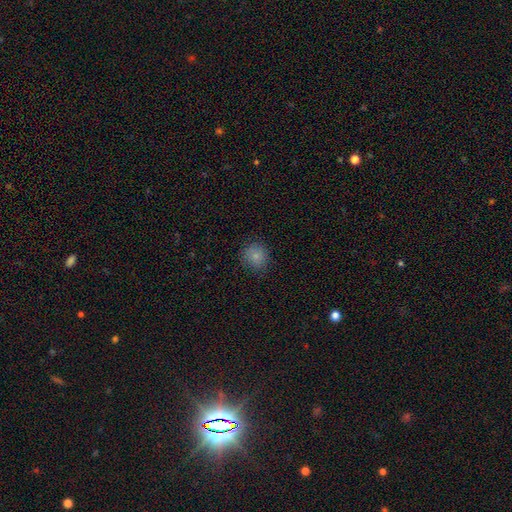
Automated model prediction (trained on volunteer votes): smooth-or-featured: smooth: 82% | star or artifact: 11% | featured or disk: 6%
  how-rounded: round: 84% | in between: 15% | cigar-shaped: 1%
  merging: none: 83% | minor disturbance: 13% | major disturbance: 3% | merger: 1%